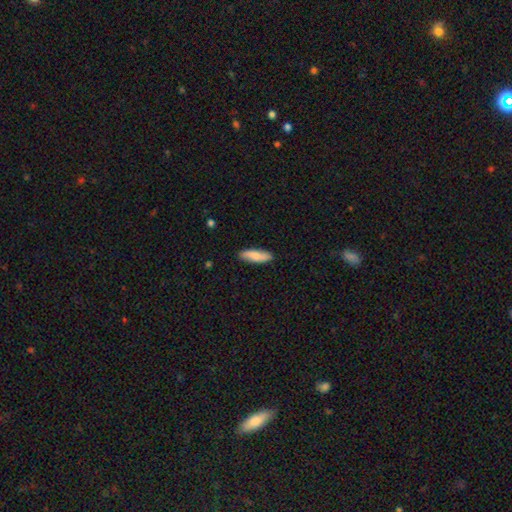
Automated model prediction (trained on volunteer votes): Smooth or featured? smooth (79%)
How rounded? in between (49%, tied with cigar-shaped)
Merging? none (87%)